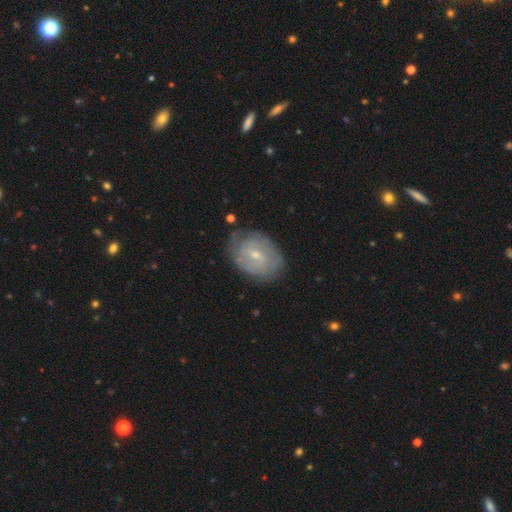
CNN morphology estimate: smooth-or-featured: featured or disk: 61% | smooth: 32% | star or artifact: 7%
  disk-edge-on: no: 96% | yes: 4%
    bar: weak: 50% | no: 41% | strong: 9%
    has-spiral-arms: yes: 70% | no: 30%
    bulge-size: small: 64% | moderate: 32% | none: 2% | large: 1% | dominant: 1%
  merging: none: 70% | minor disturbance: 21% | major disturbance: 6% | merger: 2%